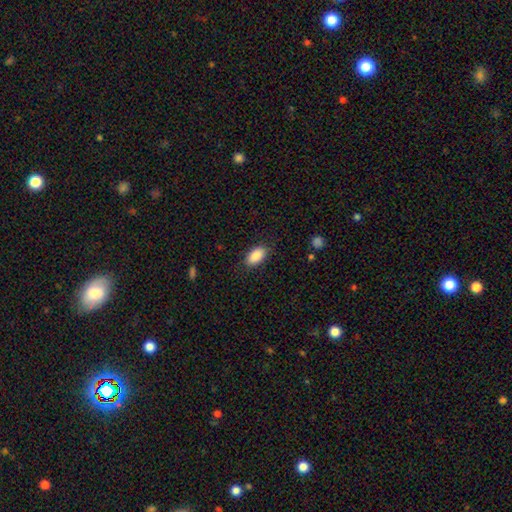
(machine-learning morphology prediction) Smooth or featured? smooth (88%)
How rounded? in between (93%)
Merging? none (84%)